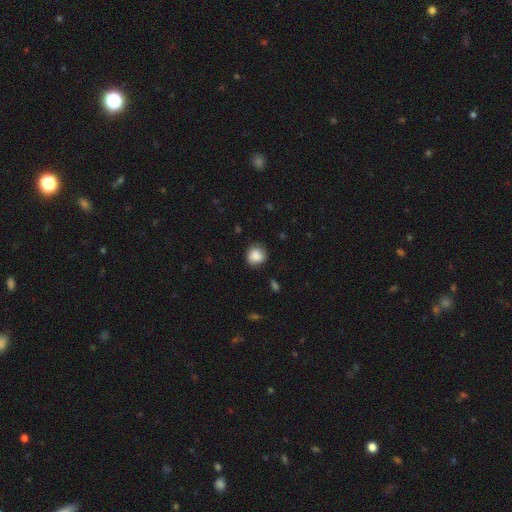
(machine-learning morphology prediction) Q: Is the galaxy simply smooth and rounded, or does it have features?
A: smooth — 84%.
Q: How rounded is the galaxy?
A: round — 85%.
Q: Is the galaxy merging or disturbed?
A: none — 81%.